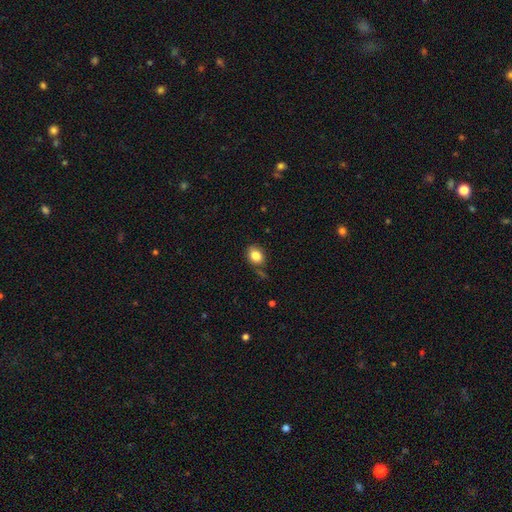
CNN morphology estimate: smooth 84%, star or artifact 9%, featured or disk 7%. Down the decision tree: how rounded — in between (60%); merging — none (74%).